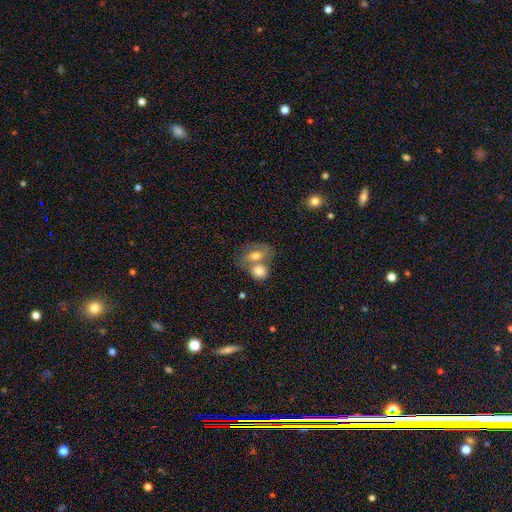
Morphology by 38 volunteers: This appears to be a smooth galaxy with no disk features (74%) that is in between round and cigar-shaped (75%). Merging: merger (57%).